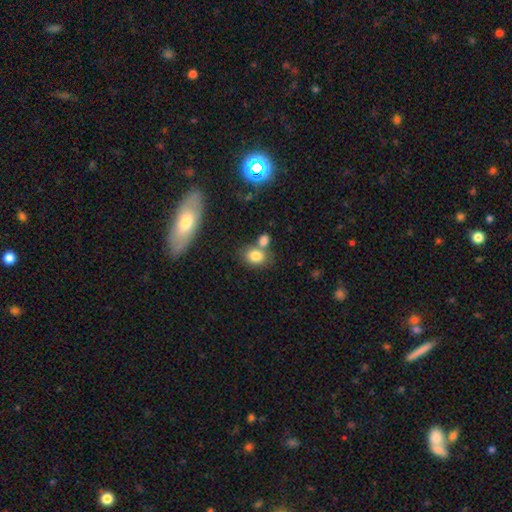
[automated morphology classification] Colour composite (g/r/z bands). It shows a smooth galaxy with no disk features (81%) that is in between round and cigar-shaped (61%). Merging: none (53%).